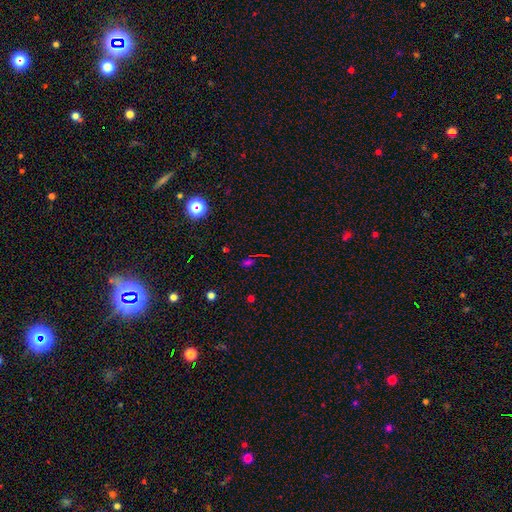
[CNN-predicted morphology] The model was most divided on "smooth or featured": star or artifact: 57%, smooth: 34%, featured or disk: 9%.